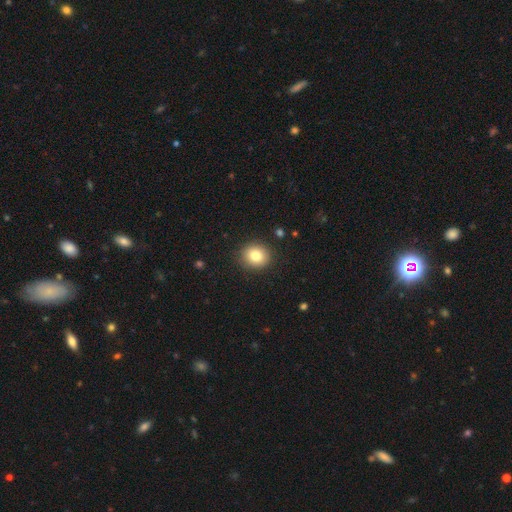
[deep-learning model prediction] Smooth or featured? Predicted: smooth (p=0.83). How rounded? Predicted: round (p=0.81). Merging? Predicted: none (p=0.89).